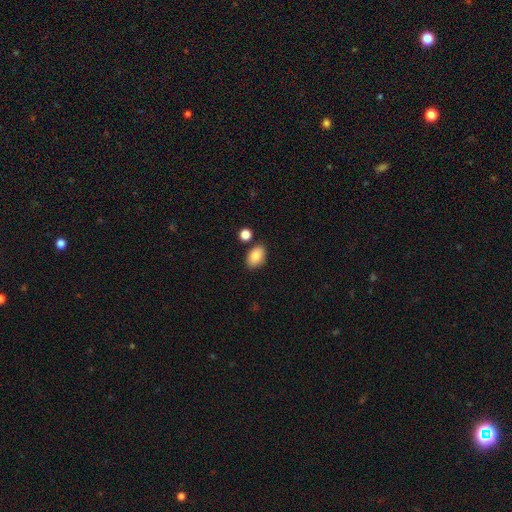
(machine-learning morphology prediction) Q: Smooth or featured?
A: smooth (86%); runner-up: star or artifact (8%)
Q: How rounded?
A: in between (87%); runner-up: round (12%)
Q: Merging?
A: none (81%); runner-up: minor disturbance (11%)